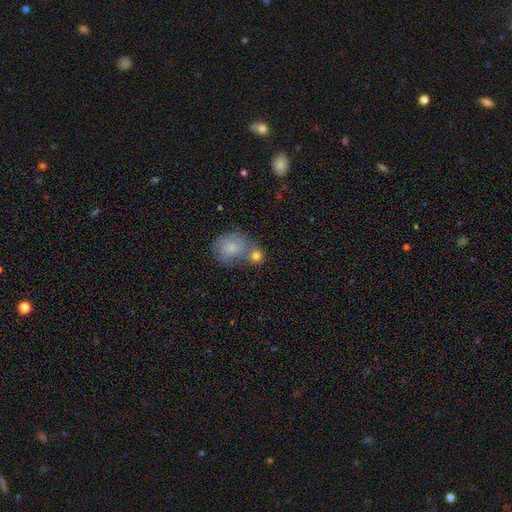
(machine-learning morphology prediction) smooth 79%, featured or disk 12%, star or artifact 9%. Down the decision tree: how rounded — round (77%); merging — merger (46%).